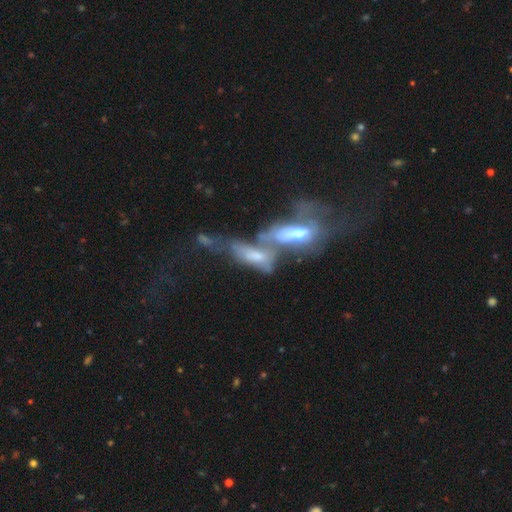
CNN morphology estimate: smooth-or-featured: smooth: 44% (tied) | featured or disk: 44% (tied) | star or artifact: 12%
  merging: merger: 71% | none: 12% | major disturbance: 10% | minor disturbance: 7%